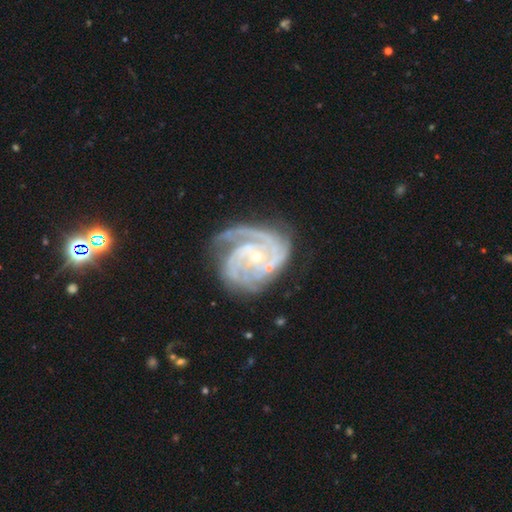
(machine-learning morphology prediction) Smooth or featured? featured or disk (90%)
Edge-on disk? no (98%)
Bar? no (69%)
Spiral arms? yes (98%)
Spiral winding? tight (67%)
Spiral arm count? 3 (38%)
Bulge size? small (76%)
Merging? none (58%)